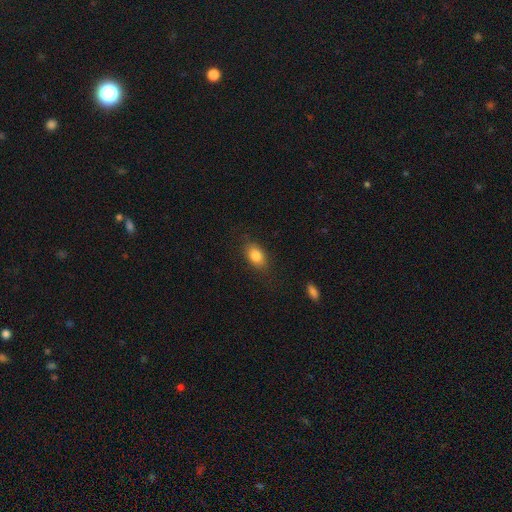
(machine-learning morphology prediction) This is clearly a smooth galaxy (83%). How rounded: clearly in between (85%). Merging: clearly none (82%).